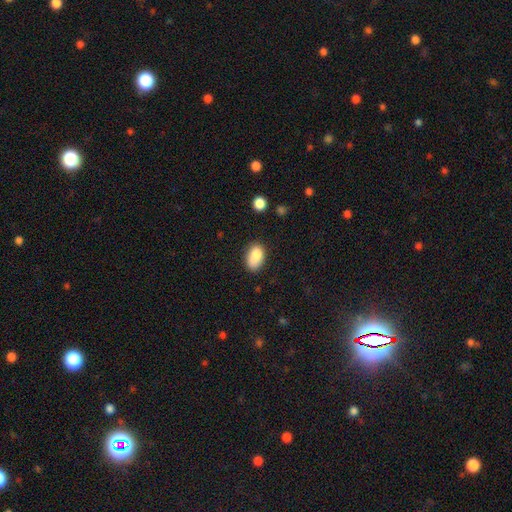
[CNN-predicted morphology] Overall: smooth (86%). How rounded: in between (91%). Merging: none (72%).